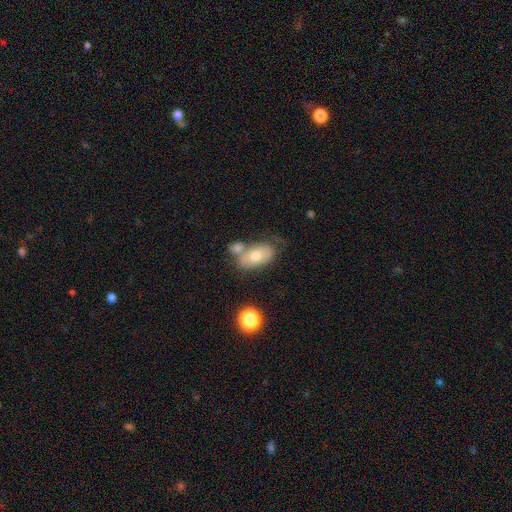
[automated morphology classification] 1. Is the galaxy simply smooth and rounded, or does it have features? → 65% smooth, 26% featured or disk, 9% star or artifact.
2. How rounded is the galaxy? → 90% in between, 7% round, 3% cigar-shaped.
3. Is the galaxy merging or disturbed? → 44% none, 30% merger, 18% minor disturbance, 8% major disturbance.